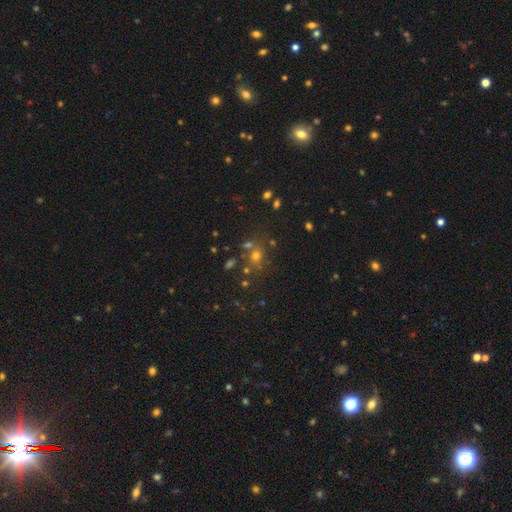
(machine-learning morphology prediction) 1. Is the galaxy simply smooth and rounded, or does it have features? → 52% smooth, 34% star or artifact, 13% featured or disk.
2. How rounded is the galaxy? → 73% round, 26% in between, 2% cigar-shaped.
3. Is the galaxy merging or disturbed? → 63% none, 20% merger, 11% minor disturbance, 6% major disturbance.